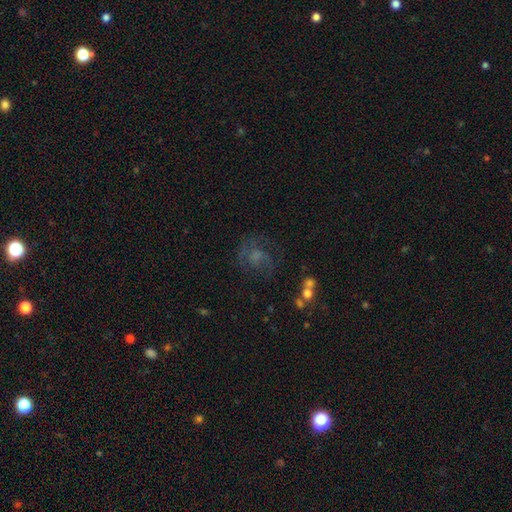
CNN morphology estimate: smooth-or-featured: featured or disk: 50% | smooth: 30% | star or artifact: 20%
  disk-edge-on: no: 97% | yes: 3%
  merging: none: 56% | major disturbance: 20% | minor disturbance: 20% | merger: 4%